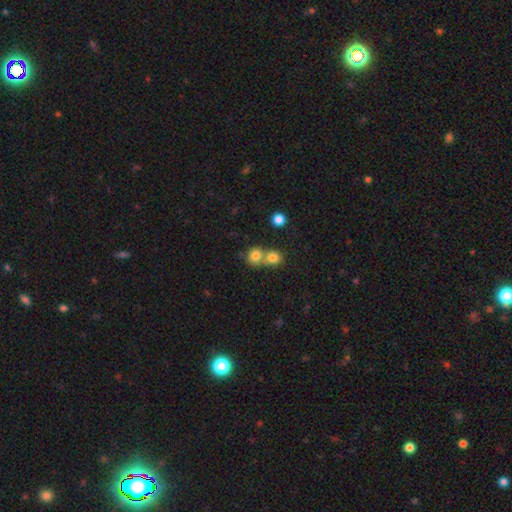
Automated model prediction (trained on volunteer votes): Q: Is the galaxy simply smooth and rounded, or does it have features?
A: smooth — 79%.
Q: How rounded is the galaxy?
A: round — 83%.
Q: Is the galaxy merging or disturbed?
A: merger — 55%.